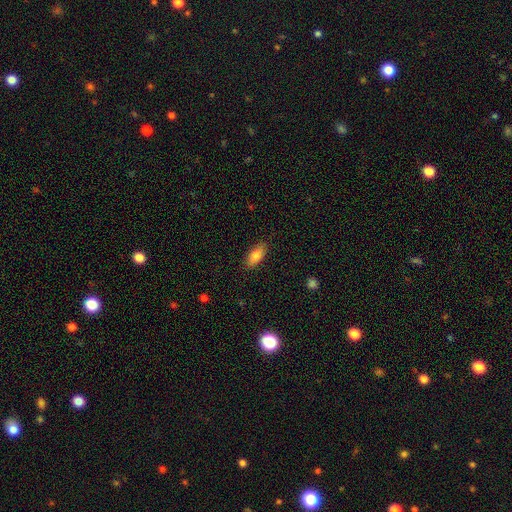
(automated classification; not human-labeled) A smooth galaxy with no disk features (83%) that is in between round and cigar-shaped (84%).

Vote fractions:
- Smooth or featured? smooth: 83% / featured or disk: 10% / star or artifact: 7%
- How rounded? in between: 84% / cigar-shaped: 14% / round: 2%
- Merging? none: 87% / minor disturbance: 10% / major disturbance: 2% / merger: 1%